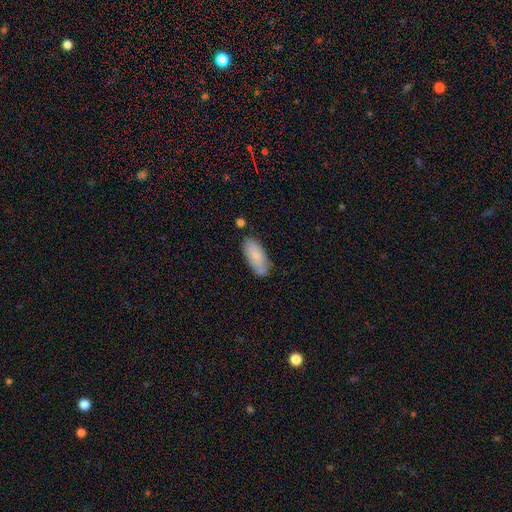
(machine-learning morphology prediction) This is likely a smooth galaxy (80%). How rounded: clearly in between (83%). Merging: likely none (70%).